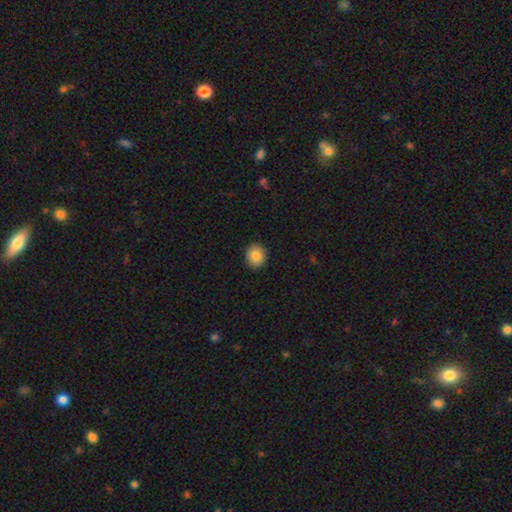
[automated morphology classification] A smooth galaxy with no disk features (85%) that is round (79%). Merging: none (91%).